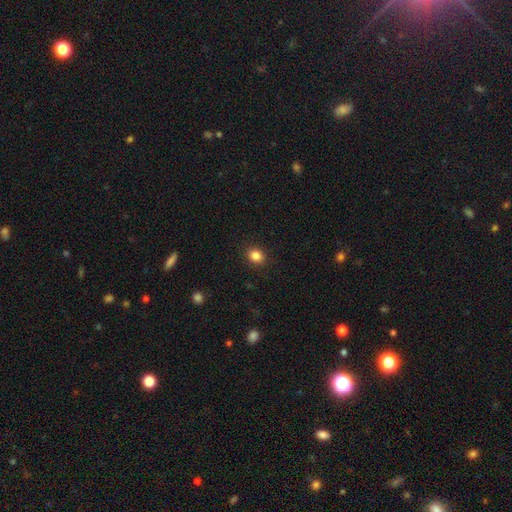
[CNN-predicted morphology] Smooth or featured: smooth — 85% (star or artifact — 11%)
How rounded: round — 54% (in between — 45%)
Merging: none — 90% (minor disturbance — 7%)